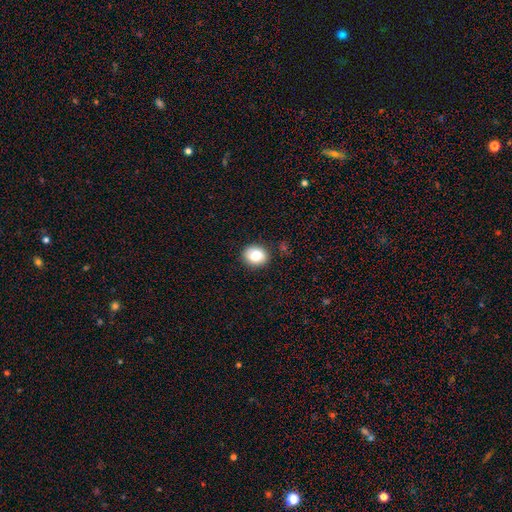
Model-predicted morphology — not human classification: Smooth or featured? smooth (79%)
How rounded? round (64%)
Merging? none (86%)